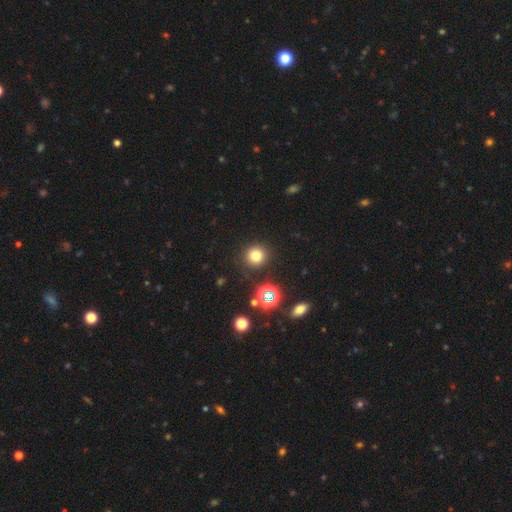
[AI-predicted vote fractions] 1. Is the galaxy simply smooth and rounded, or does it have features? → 75% smooth, 18% star or artifact, 6% featured or disk.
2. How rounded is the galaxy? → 91% round, 8% in between, 1% cigar-shaped.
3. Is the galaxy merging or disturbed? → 88% none, 7% minor disturbance, 3% major disturbance, 3% merger.